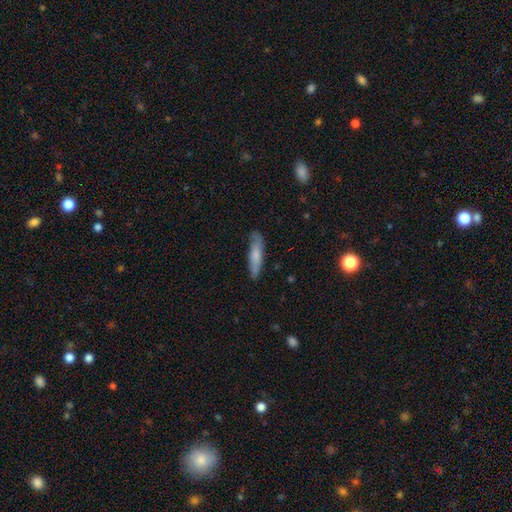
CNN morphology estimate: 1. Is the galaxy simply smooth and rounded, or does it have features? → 70% smooth, 24% featured or disk, 6% star or artifact.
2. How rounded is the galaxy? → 78% cigar-shaped, 20% in between, 2% round.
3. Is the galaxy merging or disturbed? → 76% none, 19% minor disturbance, 4% major disturbance, 2% merger.